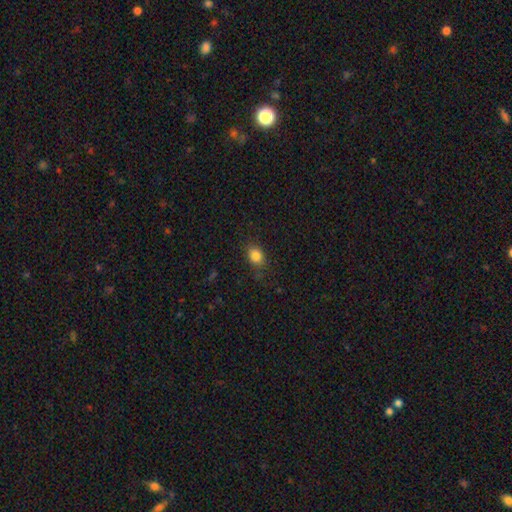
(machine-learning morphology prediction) Q: Smooth or featured?
A: smooth (84%); runner-up: star or artifact (10%)
Q: How rounded?
A: in between (65%); runner-up: round (34%)
Q: Merging?
A: none (81%); runner-up: minor disturbance (14%)